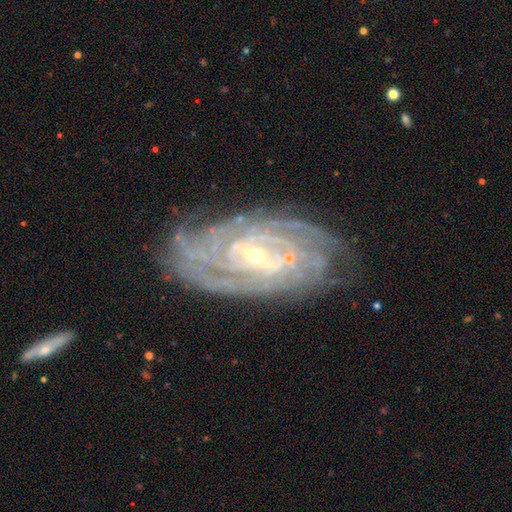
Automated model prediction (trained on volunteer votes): This is clearly a featured or disk galaxy (90%). It is clearly not viewed edge-on (95%). Bar: marginally weak (41%). Spiral arm pattern: clearly yes (98%). Spiral arm count: marginally 4 (25%). Spiral winding: likely tight (80%). Central bulge: likely small (76%). Merging: likely none (77%).